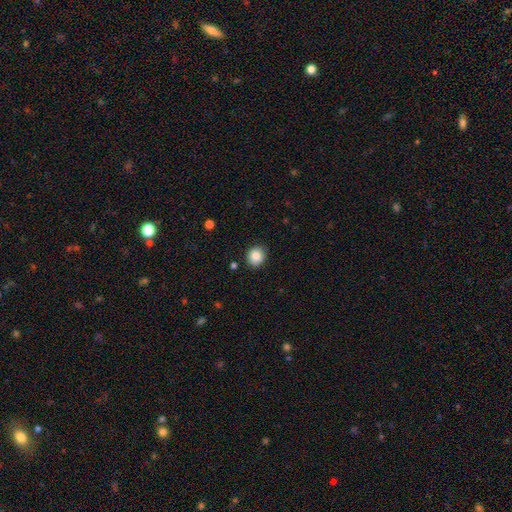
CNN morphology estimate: Smooth or featured: smooth — 84% (star or artifact — 9%)
How rounded: round — 86% (in between — 13%)
Merging: none — 90% (minor disturbance — 7%)